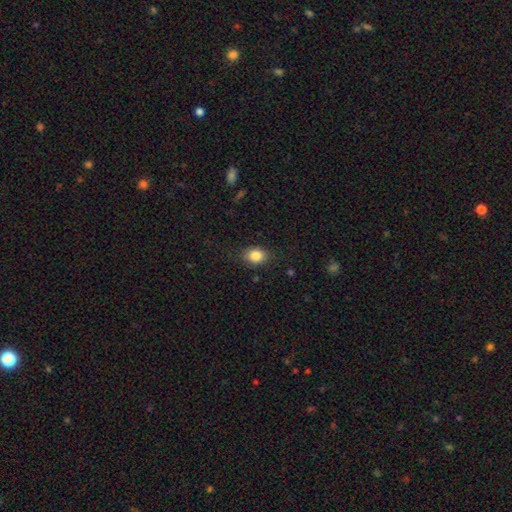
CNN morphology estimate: This is clearly a smooth galaxy (84%). How rounded: possibly in between (54%). Merging: clearly none (84%).